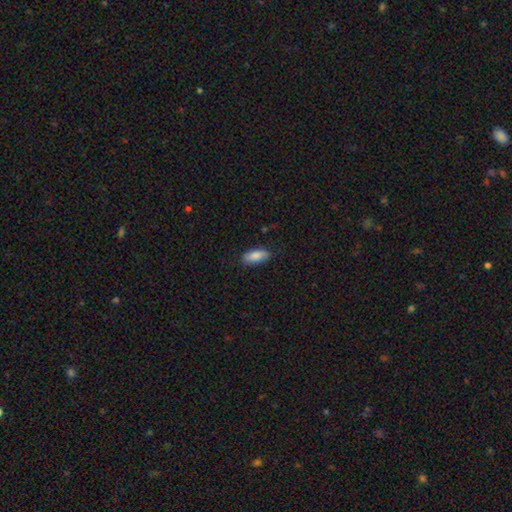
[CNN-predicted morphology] smooth-or-featured: smooth: 85% | featured or disk: 9% | star or artifact: 6%
  how-rounded: in between: 87% | cigar-shaped: 11% | round: 2%
  merging: none: 82% | minor disturbance: 14% | major disturbance: 3% | merger: 1%